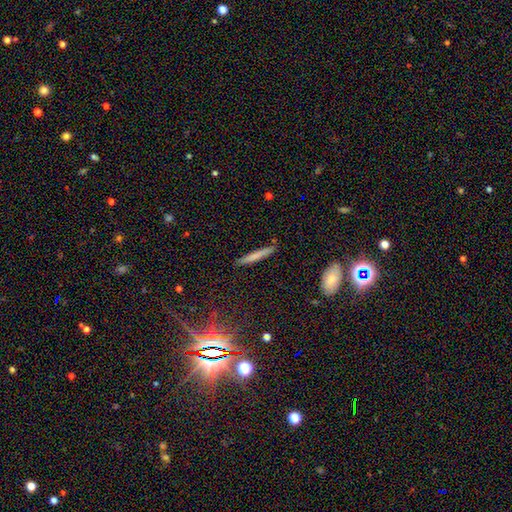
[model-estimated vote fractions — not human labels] smooth-or-featured: smooth: 68% | featured or disk: 24% | star or artifact: 8%
  how-rounded: cigar-shaped: 95% | in between: 3% | round: 1%
  merging: none: 88% | minor disturbance: 9% | major disturbance: 2% | merger: 2%